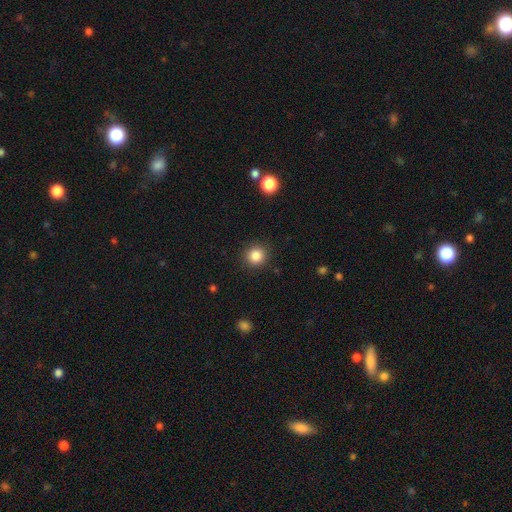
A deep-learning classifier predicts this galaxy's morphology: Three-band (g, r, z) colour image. It shows a smooth galaxy with no disk features (84%) that is round (93%). Merging: none (91%).